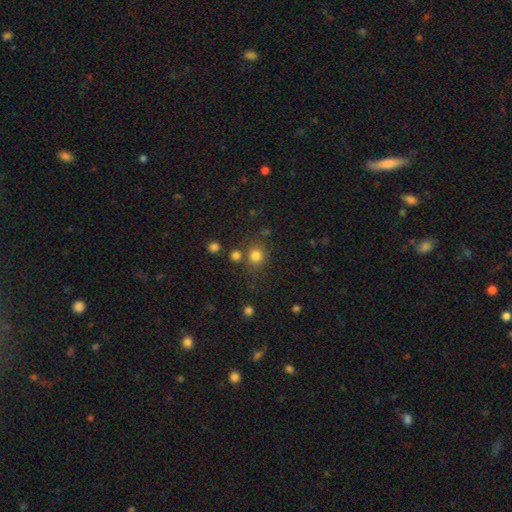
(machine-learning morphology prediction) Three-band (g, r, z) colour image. It shows a smooth galaxy with no disk features (80%) that is round (82%). Merging: none (73%).